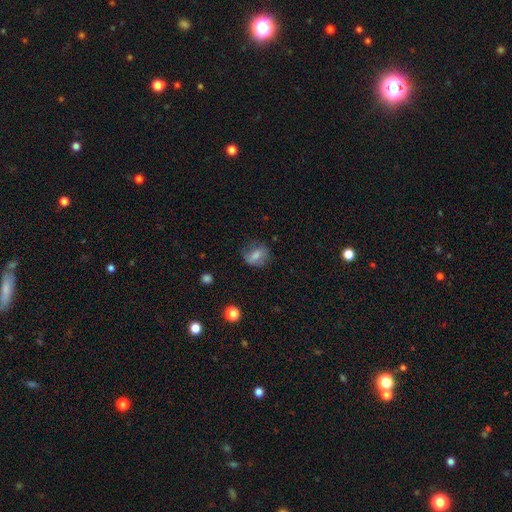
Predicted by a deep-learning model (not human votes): Smooth or featured? Predicted: smooth (p=0.70). How rounded? Predicted: in between (p=0.51). Merging? Predicted: none (p=0.63).